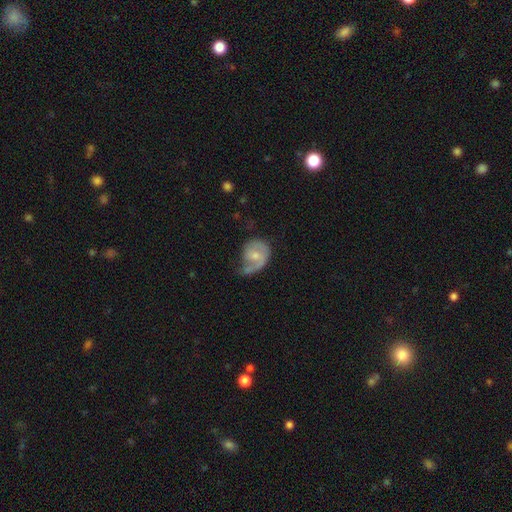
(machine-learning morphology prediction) Overall: featured or disk (65%; smooth 29%). Edge-on disk: no (98%). Bar: no (58%; weak 36%). Spiral arms: yes (84%). Spiral arm count: 1 (64%). Spiral winding: medium (38%; loose 32%). Bulge size: small (48%; moderate 44%). Merging: none (34%; major disturbance 32%).